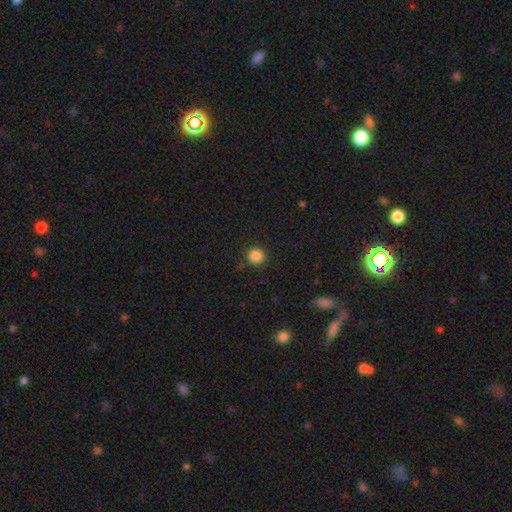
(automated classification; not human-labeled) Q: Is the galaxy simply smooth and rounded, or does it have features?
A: smooth — 85%.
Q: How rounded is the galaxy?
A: round — 95%.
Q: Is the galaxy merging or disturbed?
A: none — 87%.